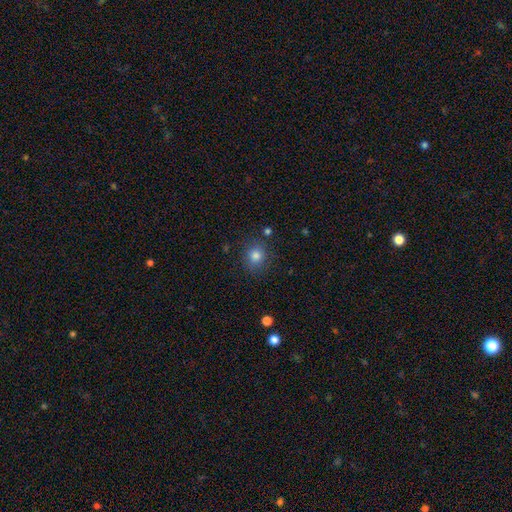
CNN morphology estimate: Q: Smooth or featured?
A: smooth (82%); runner-up: star or artifact (12%)
Q: How rounded?
A: round (82%); runner-up: in between (17%)
Q: Merging?
A: none (82%); runner-up: minor disturbance (11%)